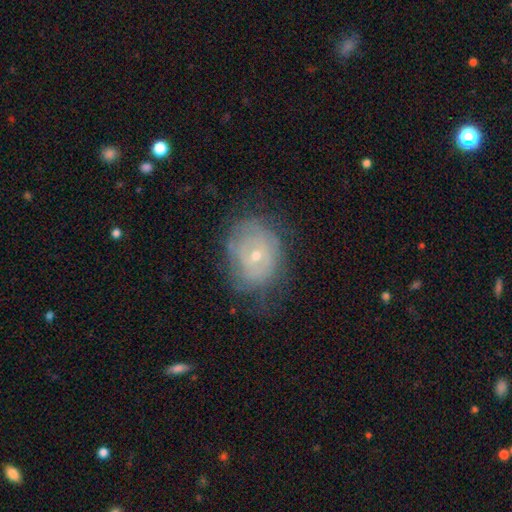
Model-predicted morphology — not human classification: The model was most divided on "smooth or featured": featured or disk: 62%, smooth: 29%, star or artifact: 9%. More confident: edge-on disk — no (96%); bar — no (77%); spiral arms — yes (69%); bulge size — small (68%); merging — none (64%).